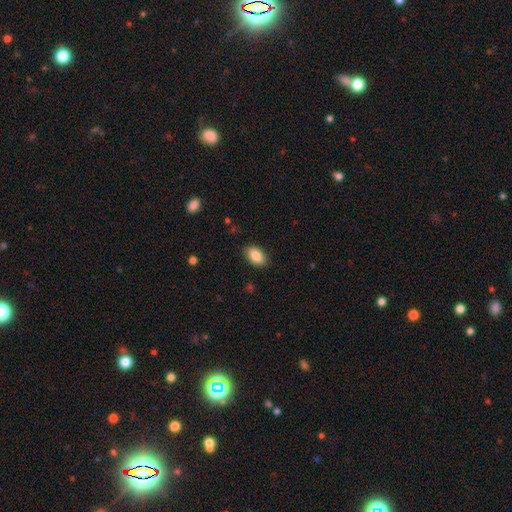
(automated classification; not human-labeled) Smooth or featured?
  - smooth: 86% *
  - star or artifact: 7%
  - featured or disk: 7%
How rounded?
  - in between: 92% *
  - round: 5%
  - cigar-shaped: 2%
Merging?
  - none: 87% *
  - minor disturbance: 10%
  - major disturbance: 2%
  - merger: 1%